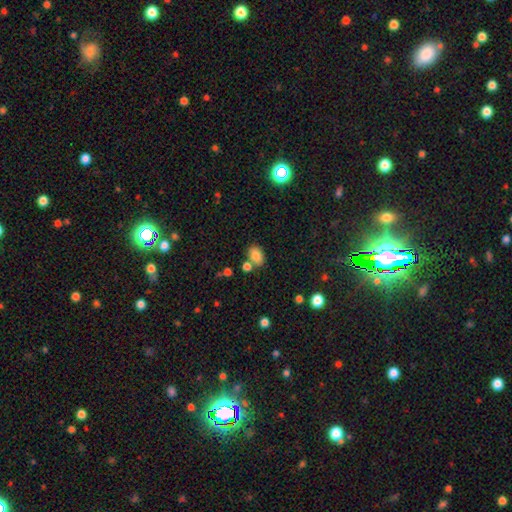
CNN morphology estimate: Smooth or featured: smooth — 83% (star or artifact — 10%)
How rounded: in between — 81% (round — 17%)
Merging: none — 66% (merger — 17%)